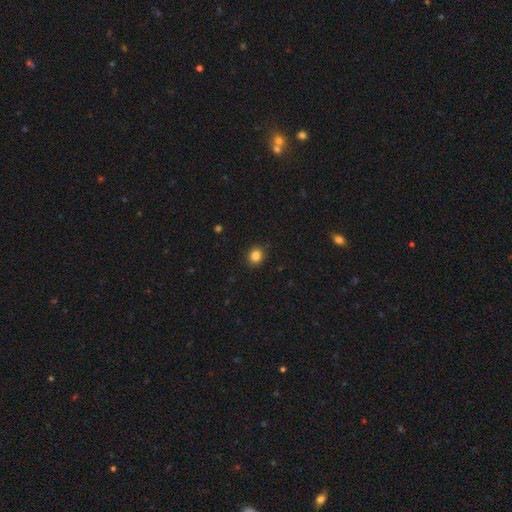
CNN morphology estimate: A smooth galaxy with no disk features (85%) that is round (79%). Merging: none (89%).